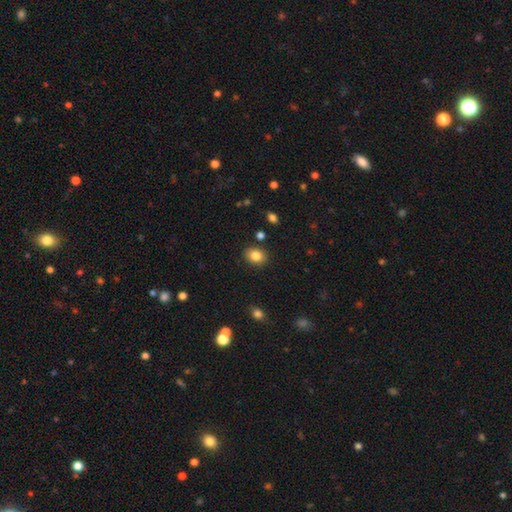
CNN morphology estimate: Smooth or featured? Predicted: smooth (p=0.84). How rounded? Predicted: in between (p=0.54). Merging? Predicted: none (p=0.87).